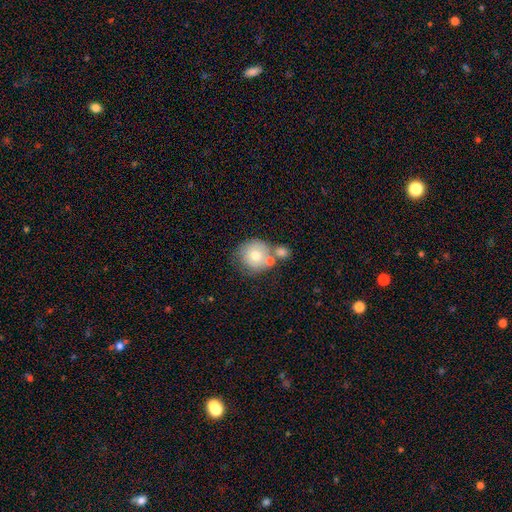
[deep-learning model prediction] The model was most divided on "merging": none: 51%, merger: 29%, minor disturbance: 14%, major disturbance: 6%. More confident: how rounded — round (90%); smooth or featured — smooth (67%).